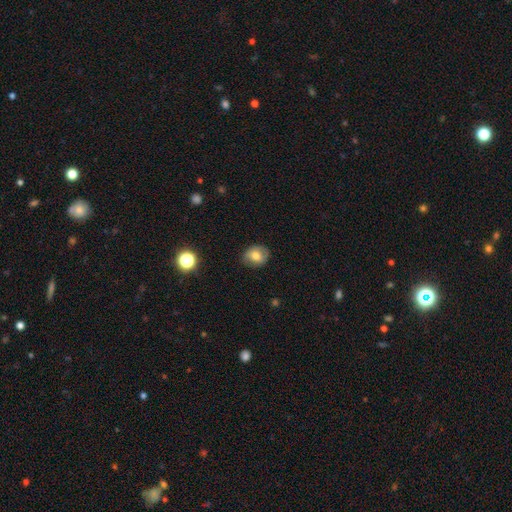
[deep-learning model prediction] Smooth or featured?
  - smooth: 68% *
  - featured or disk: 23%
  - star or artifact: 10%
How rounded?
  - round: 51% *
  - in between: 48%
  - cigar-shaped: 1%
Merging?
  - none: 79% *
  - minor disturbance: 16%
  - major disturbance: 4%
  - merger: 1%